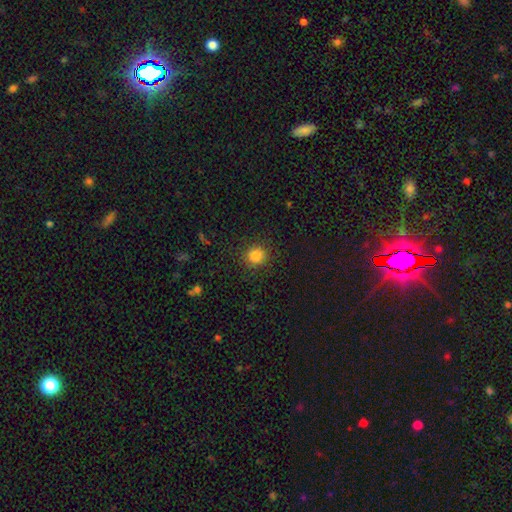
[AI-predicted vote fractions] This appears to be a smooth galaxy with no disk features (83%) that is round (92%). Merging: none (90%).